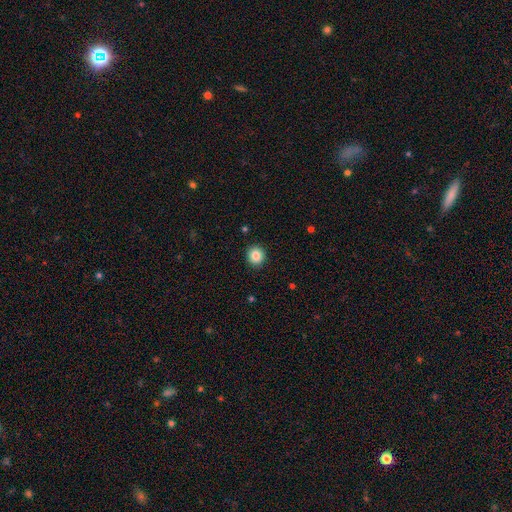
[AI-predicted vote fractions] Smooth or featured: smooth — 85% (star or artifact — 10%)
How rounded: round — 88% (in between — 11%)
Merging: none — 92% (minor disturbance — 6%)